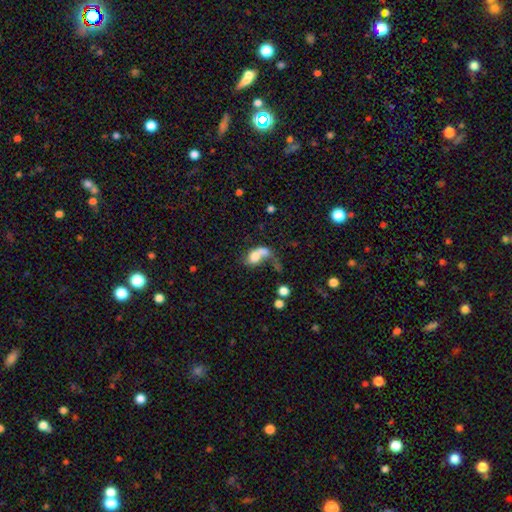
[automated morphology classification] smooth-or-featured: smooth: 62% | featured or disk: 28% | star or artifact: 10%
  how-rounded: in between: 66% | round: 31% | cigar-shaped: 3%
  merging: merger: 54% | major disturbance: 21% | none: 16% | minor disturbance: 9%